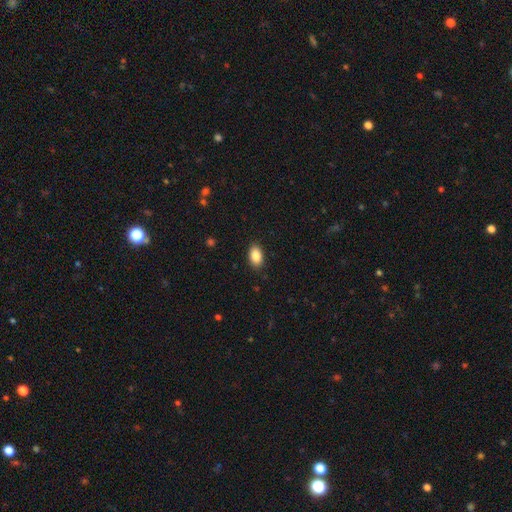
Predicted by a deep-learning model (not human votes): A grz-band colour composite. It shows a smooth galaxy with no disk features (88%) that is in between round and cigar-shaped (92%). Merging: none (88%).